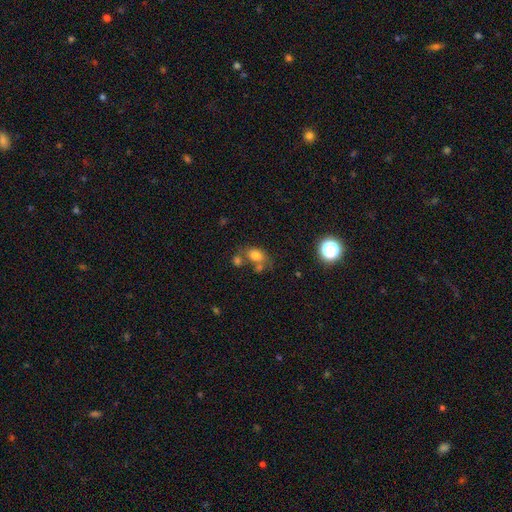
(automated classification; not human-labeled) smooth-or-featured: smooth: 75% | star or artifact: 14% | featured or disk: 12%
  how-rounded: in between: 73% | round: 26% | cigar-shaped: 2%
  merging: none: 44% | merger: 30% | minor disturbance: 17% | major disturbance: 9%